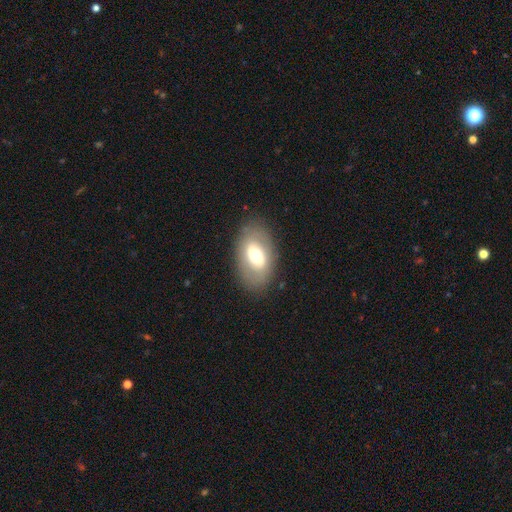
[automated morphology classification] The model was most divided on "smooth or featured": smooth: 53%, featured or disk: 39%, star or artifact: 8%. More confident: how rounded — in between (88%); merging — none (81%).